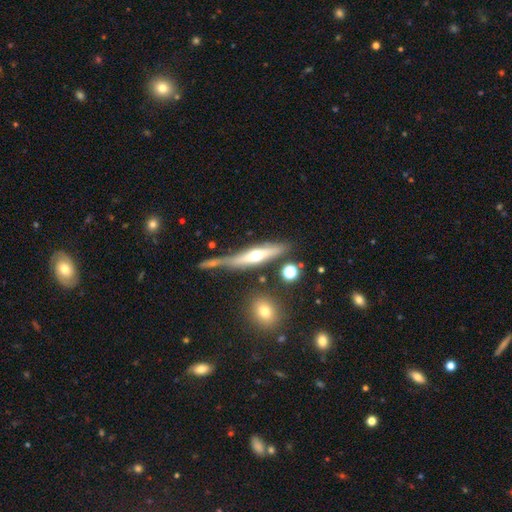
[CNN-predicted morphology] The model was most divided on "smooth or featured": featured or disk: 58%, smooth: 35%, star or artifact: 7%. More confident: edge-on bulge — rounded (90%); edge-on disk — yes (89%); merging — none (58%).